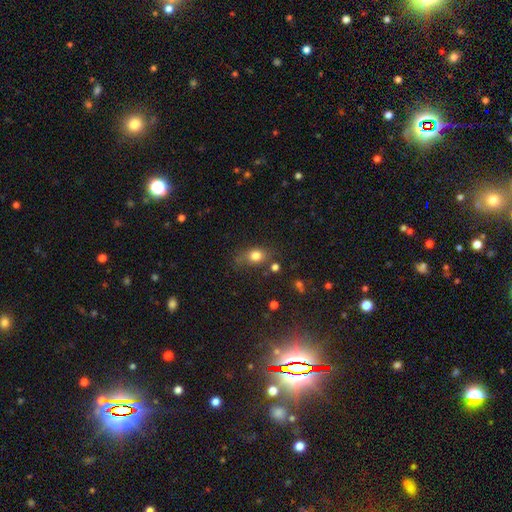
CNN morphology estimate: Smooth or featured? smooth (79%)
How rounded? in between (54%)
Merging? none (62%)